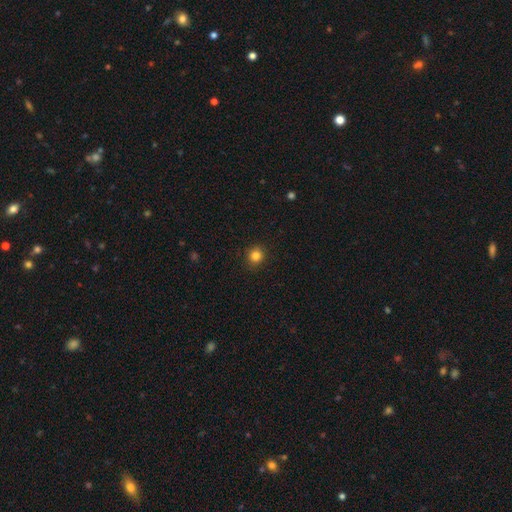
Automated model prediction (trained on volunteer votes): Smooth or featured? Predicted: smooth (p=0.83). How rounded? Predicted: round (p=0.88). Merging? Predicted: none (p=0.90).